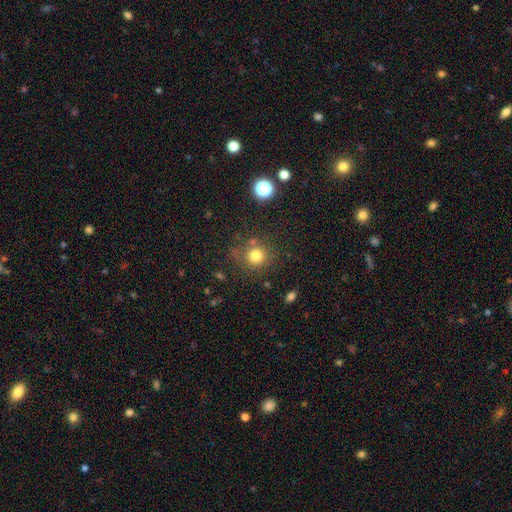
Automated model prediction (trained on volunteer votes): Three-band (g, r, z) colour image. It shows a smooth galaxy with no disk features (79%) that is round (89%). Merging: none (74%).